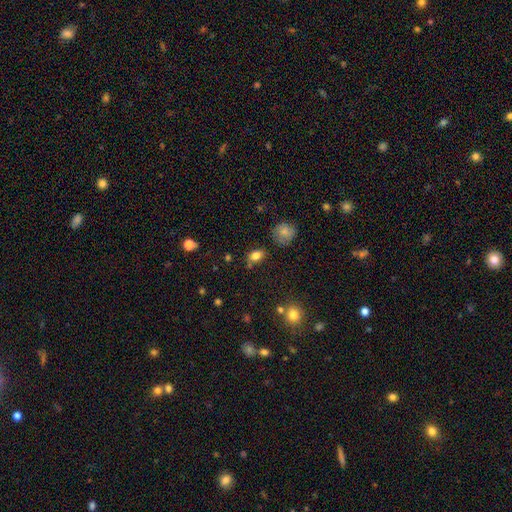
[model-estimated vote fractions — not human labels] Smooth or featured? Predicted: smooth (p=0.81). How rounded? Predicted: in between (p=0.76). Merging? Predicted: none (p=0.73).